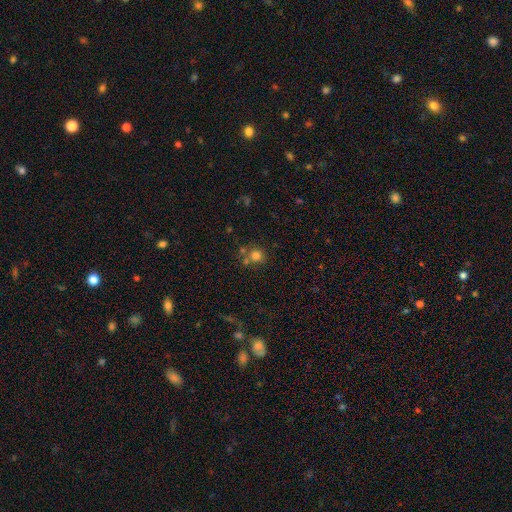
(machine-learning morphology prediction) A smooth galaxy with no disk features (75%) that is round (85%).

Vote fractions:
- Smooth or featured? smooth: 75% / star or artifact: 15% / featured or disk: 10%
- How rounded? round: 85% / in between: 14% / cigar-shaped: 1%
- Merging? none: 59% / merger: 25% / minor disturbance: 11% / major disturbance: 5%